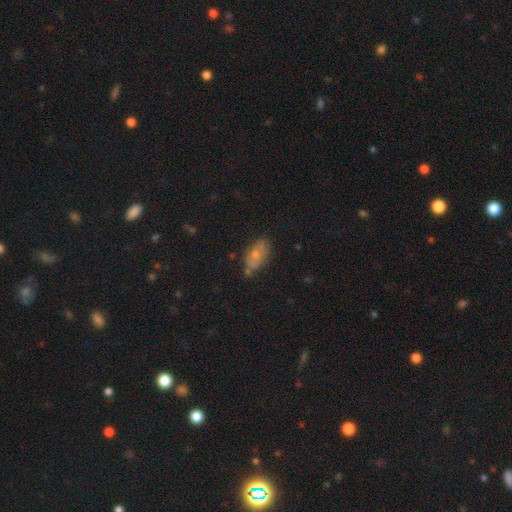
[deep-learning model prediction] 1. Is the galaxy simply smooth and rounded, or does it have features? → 64% smooth, 27% featured or disk, 10% star or artifact.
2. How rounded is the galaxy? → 90% in between, 5% cigar-shaped, 5% round.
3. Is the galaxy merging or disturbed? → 59% none, 27% minor disturbance, 7% merger, 7% major disturbance.